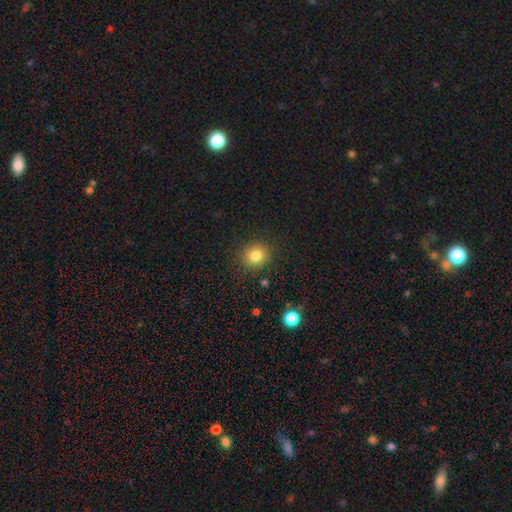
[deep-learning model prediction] Smooth or featured? smooth (82%)
How rounded? round (85%)
Merging? none (88%)